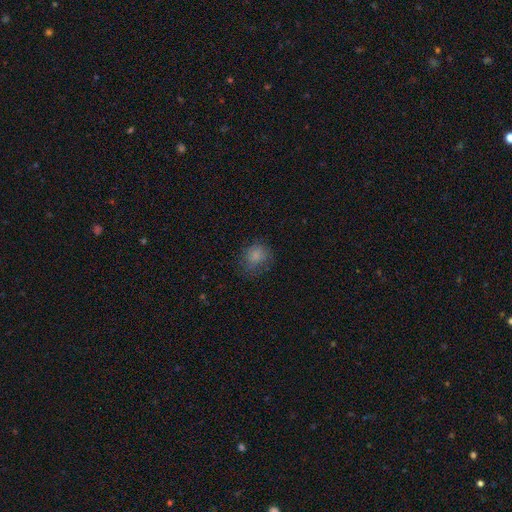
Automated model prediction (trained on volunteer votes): Q: Smooth or featured?
A: smooth (78%); runner-up: featured or disk (11%)
Q: How rounded?
A: round (73%); runner-up: in between (27%)
Q: Merging?
A: none (64%); runner-up: minor disturbance (23%)